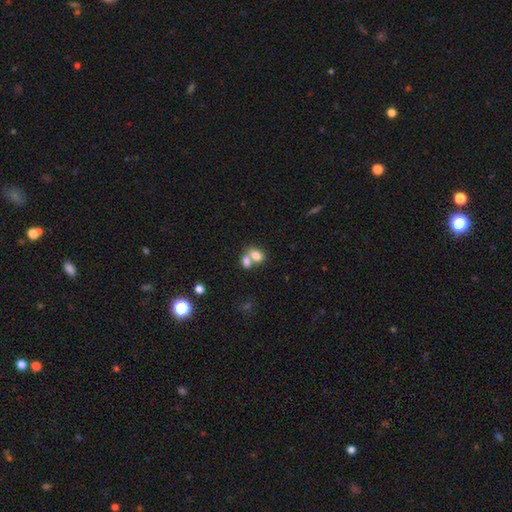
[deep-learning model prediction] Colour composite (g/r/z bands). It shows a smooth galaxy with no disk features (78%) that is in between round and cigar-shaped (78%). Merging: merger (60%).